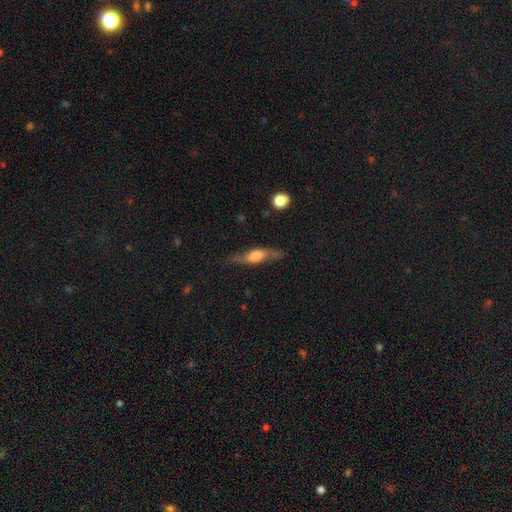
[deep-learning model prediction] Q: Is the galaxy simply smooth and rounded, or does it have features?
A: featured or disk — 57%.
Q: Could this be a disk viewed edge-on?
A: yes — 78%.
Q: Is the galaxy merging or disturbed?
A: none — 72%.